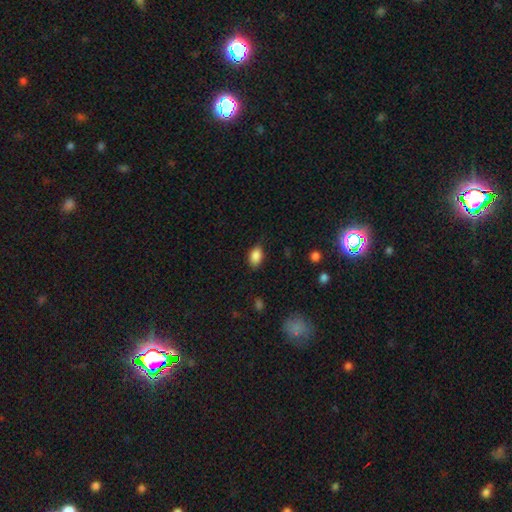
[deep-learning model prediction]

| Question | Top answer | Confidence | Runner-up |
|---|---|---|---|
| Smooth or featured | smooth | 87% | star or artifact (8%) |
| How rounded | in between | 86% | round (12%) |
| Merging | none | 80% | minor disturbance (16%) |